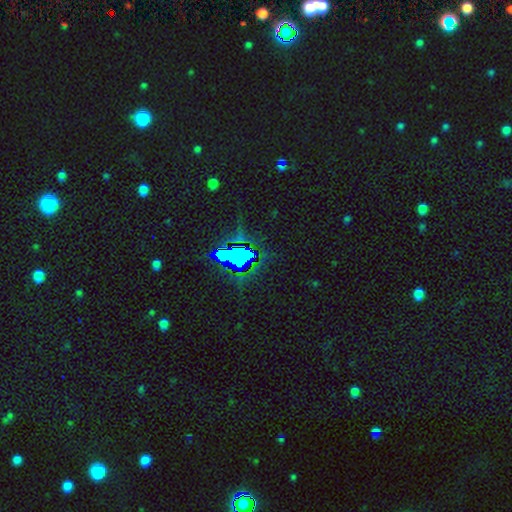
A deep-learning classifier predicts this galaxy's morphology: Smooth or featured?
  - star or artifact: 82% *
  - smooth: 11%
  - featured or disk: 7%